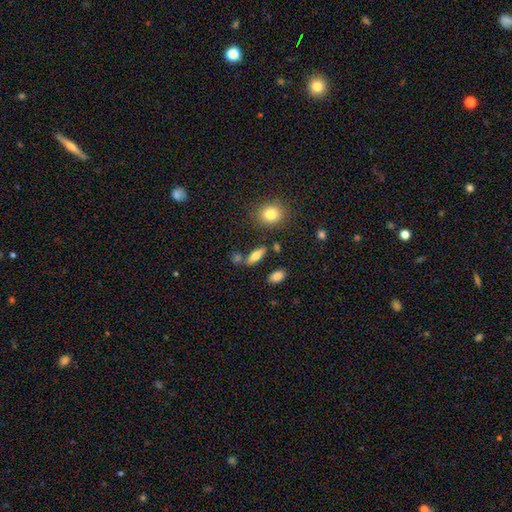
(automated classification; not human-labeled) Smooth or featured: smooth — 70% (featured or disk — 21%)
How rounded: in between — 61% (cigar-shaped — 33%)
Merging: none — 73% (minor disturbance — 12%)